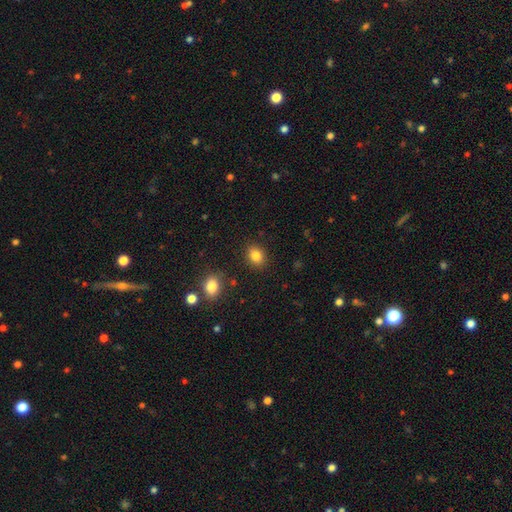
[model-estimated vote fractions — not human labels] Smooth or featured? smooth (84%)
How rounded? in between (54%)
Merging? none (87%)